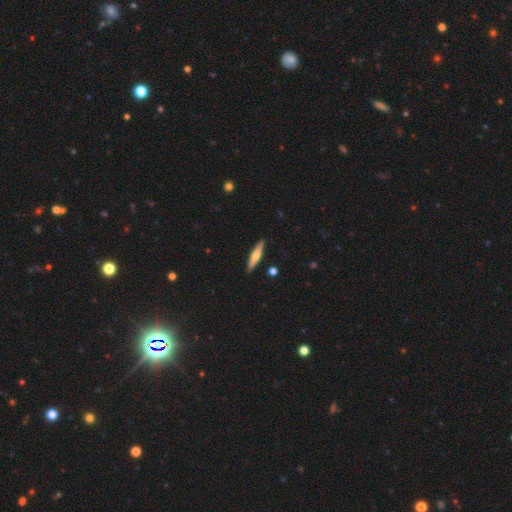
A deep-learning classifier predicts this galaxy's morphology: This is possibly a smooth galaxy (53%). How rounded: clearly cigar-shaped (84%). Merging: clearly none (89%).